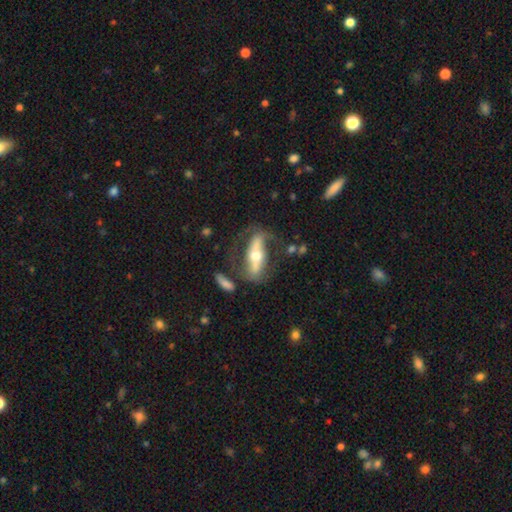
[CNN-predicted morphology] A featured or disk galaxy (72%).

Vote fractions:
- Smooth or featured? featured or disk: 72% / smooth: 22% / star or artifact: 6%
- Edge-on disk? no: 64% / yes: 36%
- Merging? none: 57% / minor disturbance: 18% / major disturbance: 17% / merger: 7%